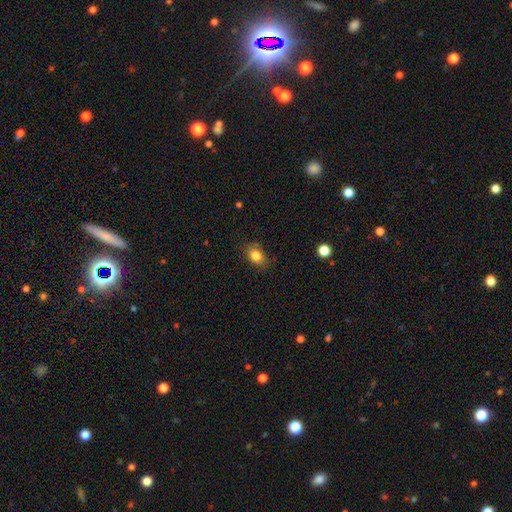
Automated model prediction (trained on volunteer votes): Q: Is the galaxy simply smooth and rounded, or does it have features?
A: smooth — 83%.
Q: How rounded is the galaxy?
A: in between — 74%.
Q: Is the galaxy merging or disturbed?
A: none — 82%.